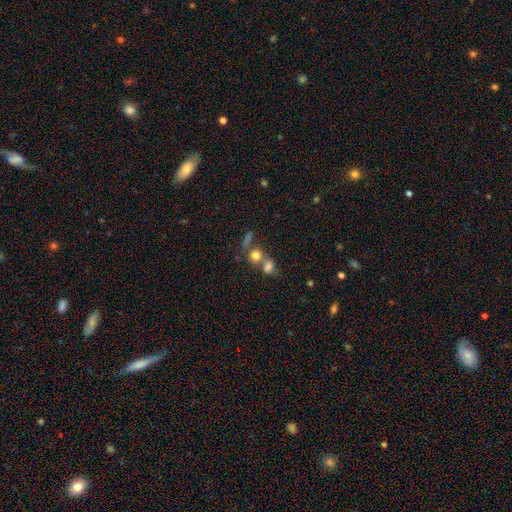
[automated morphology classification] This appears to be a smooth galaxy with no disk features (74%) that is round (76%). Merging: merger (55%).